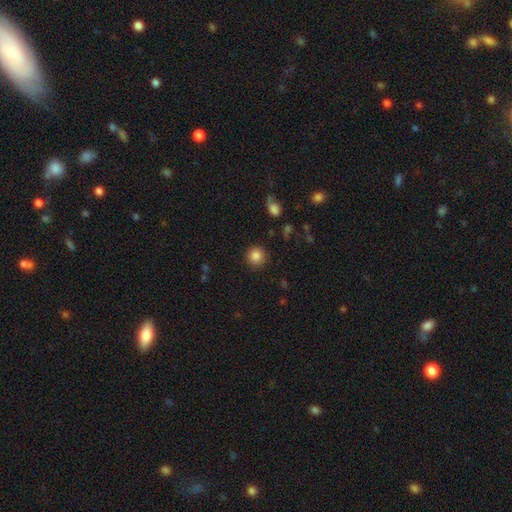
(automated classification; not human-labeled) Smooth or featured? smooth (85%)
How rounded? round (93%)
Merging? none (89%)